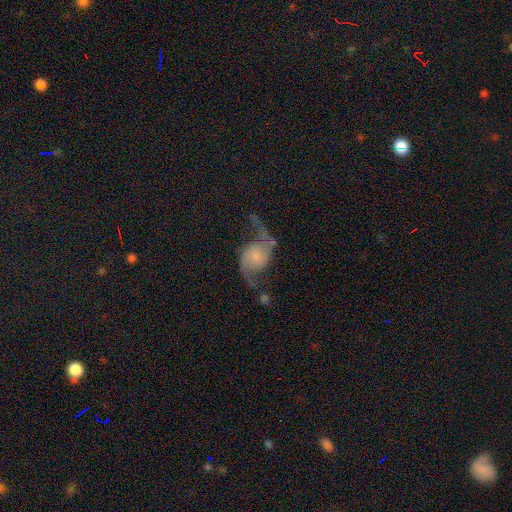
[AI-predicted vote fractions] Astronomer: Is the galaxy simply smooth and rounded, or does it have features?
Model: featured or disk — 87%.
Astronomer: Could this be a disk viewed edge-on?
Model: no — 97%.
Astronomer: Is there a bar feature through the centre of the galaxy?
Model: no — 66%.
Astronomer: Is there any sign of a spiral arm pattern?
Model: yes — 97%.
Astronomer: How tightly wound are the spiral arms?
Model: loose — 79%.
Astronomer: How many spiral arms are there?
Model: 2 — 94%.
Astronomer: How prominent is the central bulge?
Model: small — 35% (runner-up: none, 29%).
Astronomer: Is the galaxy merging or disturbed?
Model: none — 65%.